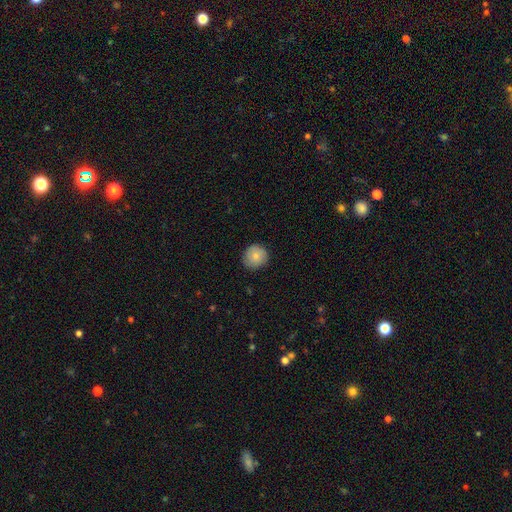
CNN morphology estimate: smooth 79%, featured or disk 14%, star or artifact 7%. Down the decision tree: how rounded — round (90%); merging — none (83%).